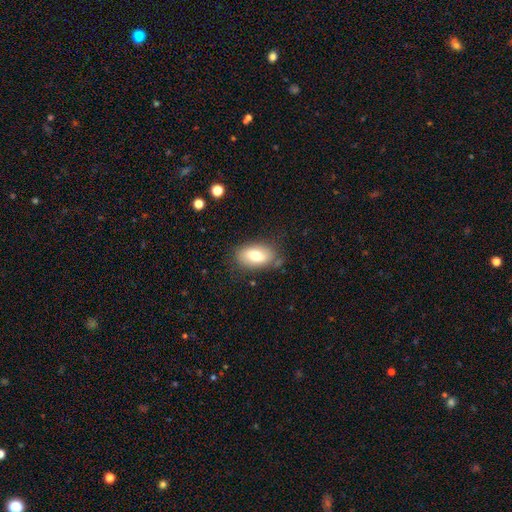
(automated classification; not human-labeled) Q: Smooth or featured?
A: smooth (75%); runner-up: featured or disk (17%)
Q: How rounded?
A: in between (91%); runner-up: round (7%)
Q: Merging?
A: none (76%); runner-up: minor disturbance (17%)